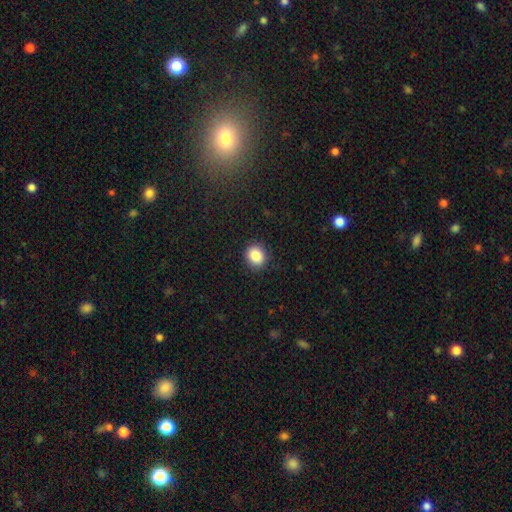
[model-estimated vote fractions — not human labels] A smooth galaxy with no disk features (87%) that is round (65%). Merging: none (89%).